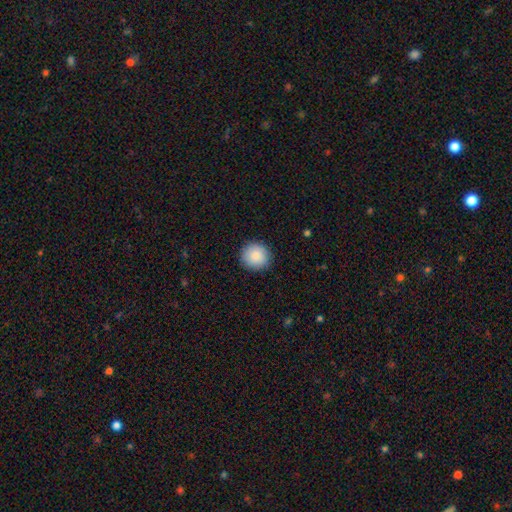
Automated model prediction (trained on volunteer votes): Morphology: type=smooth (87%); roundness=round (91%); merging=none (89%).